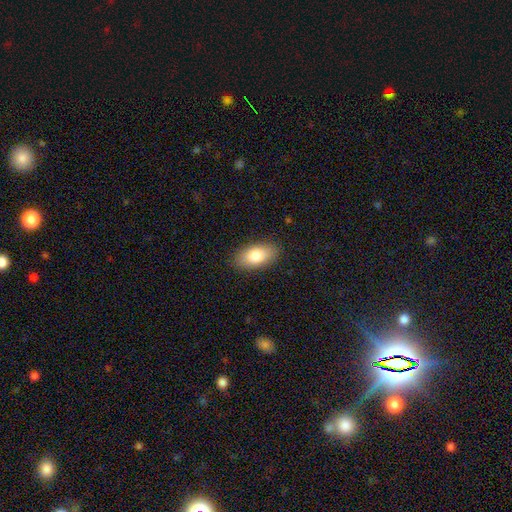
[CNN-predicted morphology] A smooth galaxy with no disk features (81%) that is in between round and cigar-shaped (92%).

Vote fractions:
- Smooth or featured? smooth: 81% / featured or disk: 12% / star or artifact: 7%
- How rounded? in between: 92% / round: 4% / cigar-shaped: 4%
- Merging? none: 88% / minor disturbance: 9% / major disturbance: 2% / merger: 1%